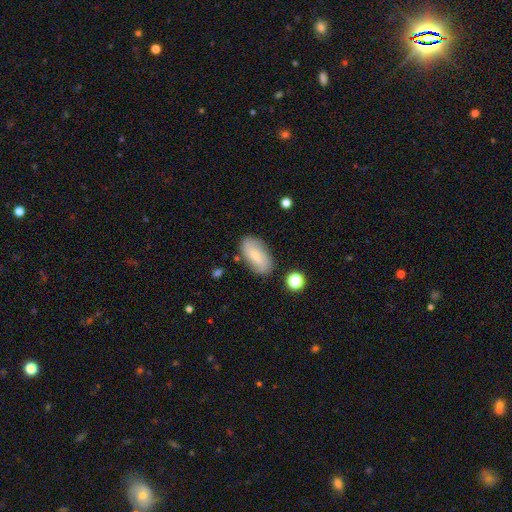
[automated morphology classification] A smooth galaxy with no disk features (55%) that is in between round and cigar-shaped (89%).

Vote fractions:
- Smooth or featured? smooth: 55% / featured or disk: 37% / star or artifact: 8%
- How rounded? in between: 89% / cigar-shaped: 7% / round: 4%
- Merging? none: 80% / minor disturbance: 14% / major disturbance: 4% / merger: 3%